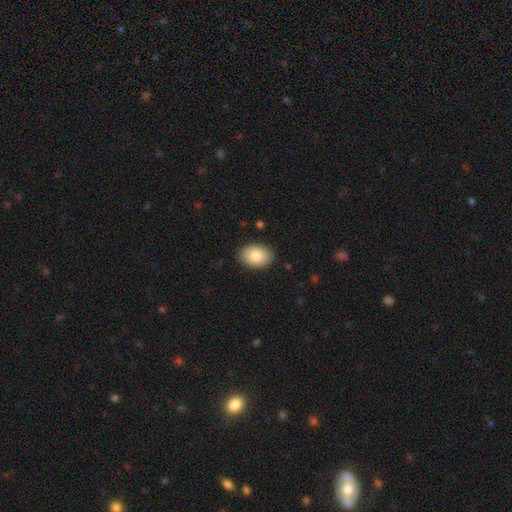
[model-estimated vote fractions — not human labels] Morphology: type=smooth (85%); roundness=in between (83%); merging=none (88%).